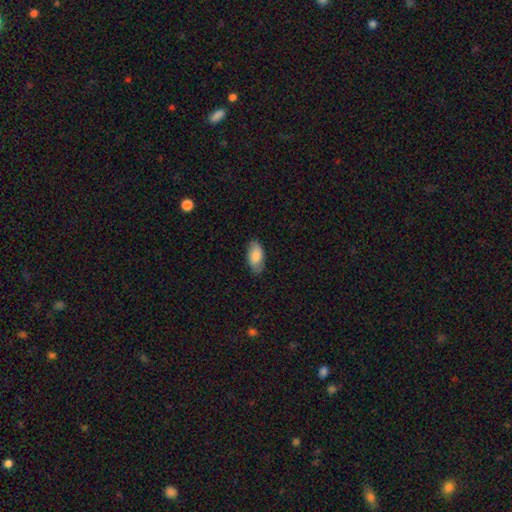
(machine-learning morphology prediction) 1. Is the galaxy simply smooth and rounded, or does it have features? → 82% smooth, 12% featured or disk, 6% star or artifact.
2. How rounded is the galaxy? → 93% in between, 5% cigar-shaped, 3% round.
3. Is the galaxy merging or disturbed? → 80% none, 15% minor disturbance, 3% major disturbance, 1% merger.